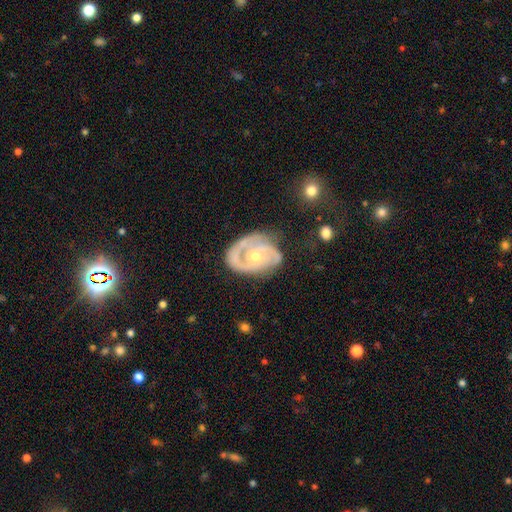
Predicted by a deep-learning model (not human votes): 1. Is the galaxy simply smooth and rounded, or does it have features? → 85% featured or disk, 10% smooth, 5% star or artifact.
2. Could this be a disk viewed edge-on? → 97% no, 3% yes.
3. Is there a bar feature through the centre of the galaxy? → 74% no, 21% weak, 5% strong.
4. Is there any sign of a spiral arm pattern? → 93% yes, 7% no.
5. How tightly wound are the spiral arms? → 49% tight, 38% medium, 13% loose.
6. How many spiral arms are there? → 59% 2, 14% 1, 13% can't tell, 9% 3, 2% 4, 2% more than 4.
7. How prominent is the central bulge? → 49% moderate, 48% small, 2% large, 1% none, 1% dominant.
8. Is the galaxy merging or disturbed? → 58% none, 25% minor disturbance, 15% major disturbance, 3% merger.